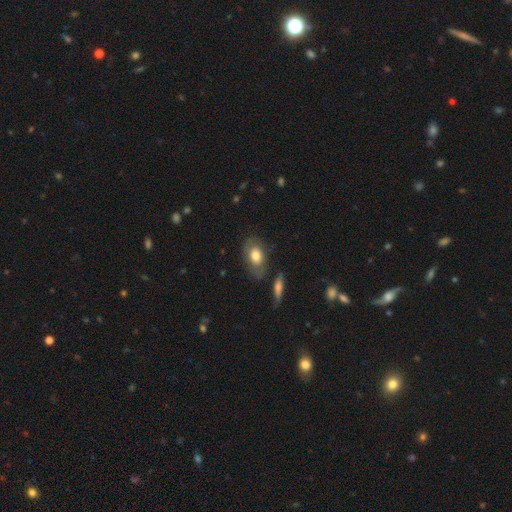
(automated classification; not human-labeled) The model was most divided on "smooth or featured": smooth: 64%, featured or disk: 29%, star or artifact: 7%. More confident: how rounded — in between (86%); merging — none (70%).